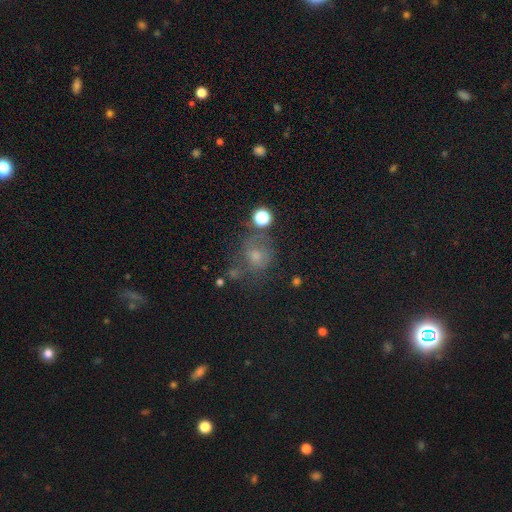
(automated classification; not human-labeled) A smooth galaxy with no disk features (48%).

Vote fractions:
- Smooth or featured? smooth: 48% / star or artifact: 32% / featured or disk: 21%
- Merging? none: 61% / minor disturbance: 18% / major disturbance: 11% / merger: 10%